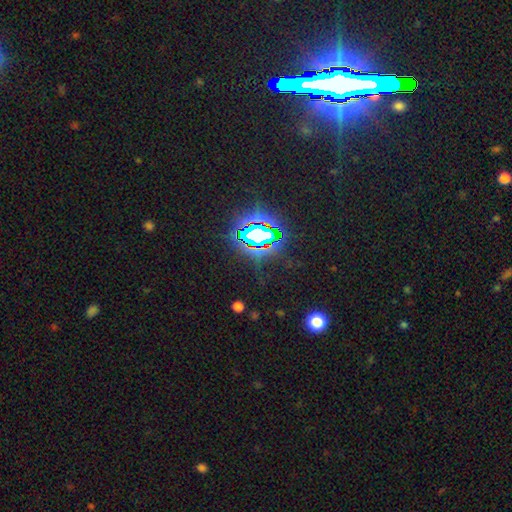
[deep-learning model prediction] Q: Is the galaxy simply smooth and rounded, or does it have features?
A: star or artifact — 80%.